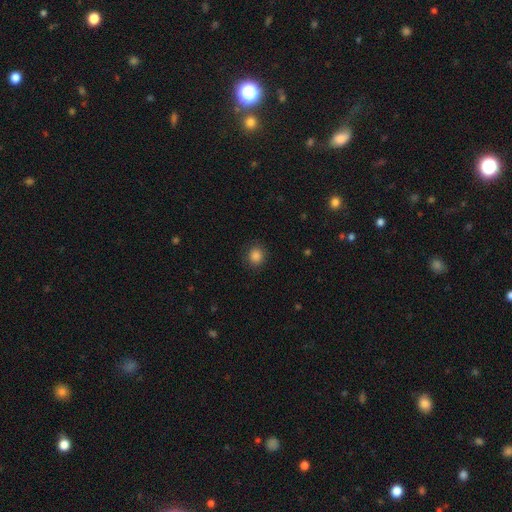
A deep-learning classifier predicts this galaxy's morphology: smooth-or-featured: smooth: 86% | star or artifact: 11% | featured or disk: 3%
  how-rounded: round: 83% | in between: 16% | cigar-shaped: 1%
  merging: none: 87% | minor disturbance: 9% | major disturbance: 3% | merger: 1%